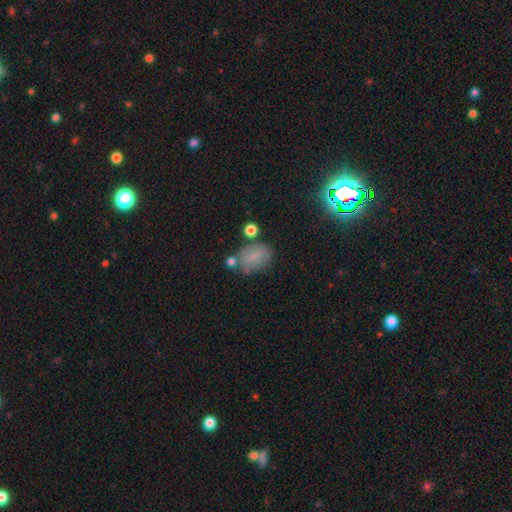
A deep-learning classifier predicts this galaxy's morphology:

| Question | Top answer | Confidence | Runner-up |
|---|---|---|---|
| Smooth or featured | smooth | 73% | featured or disk (17%) |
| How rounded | in between | 75% | round (23%) |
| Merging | none | 54% | minor disturbance (23%) |